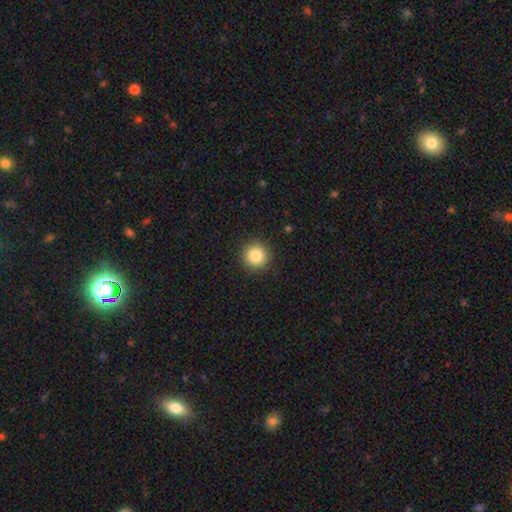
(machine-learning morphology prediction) Q: Smooth or featured?
A: smooth (84%); runner-up: star or artifact (10%)
Q: How rounded?
A: round (95%); runner-up: in between (4%)
Q: Merging?
A: none (92%); runner-up: minor disturbance (5%)